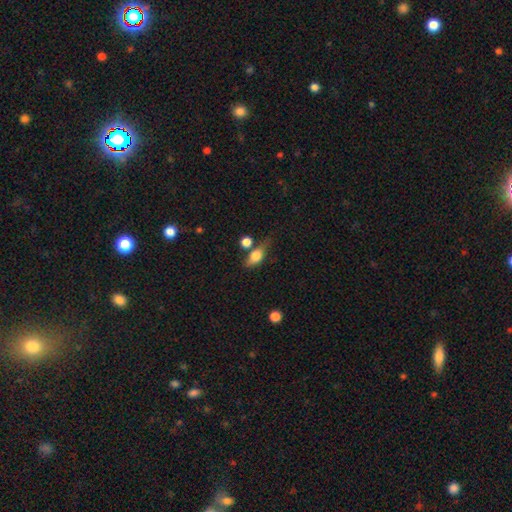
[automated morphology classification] Smooth or featured: smooth — 74% (featured or disk — 17%)
How rounded: in between — 75% (round — 15%)
Merging: none — 50% (minor disturbance — 23%)